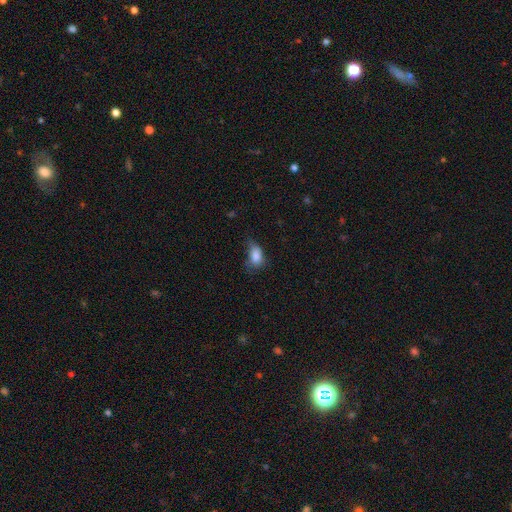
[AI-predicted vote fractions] smooth-or-featured: smooth: 81% | featured or disk: 10% | star or artifact: 10%
  how-rounded: in between: 86% | round: 11% | cigar-shaped: 3%
  merging: minor disturbance: 37% | none: 33% | major disturbance: 27% | merger: 3%